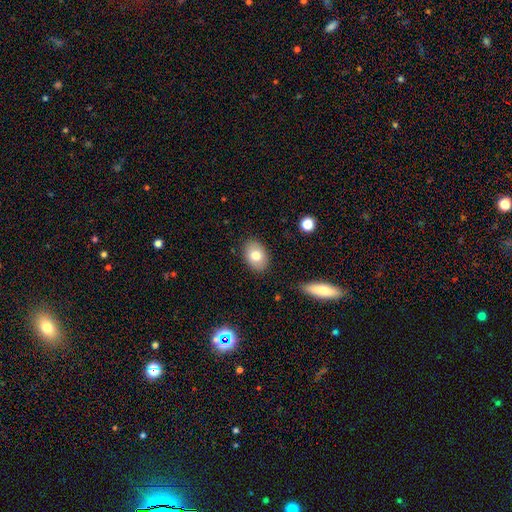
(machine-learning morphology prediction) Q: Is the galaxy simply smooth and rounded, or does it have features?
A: smooth — 77%.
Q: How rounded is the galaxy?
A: in between — 78%.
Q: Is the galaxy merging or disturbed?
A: none — 86%.